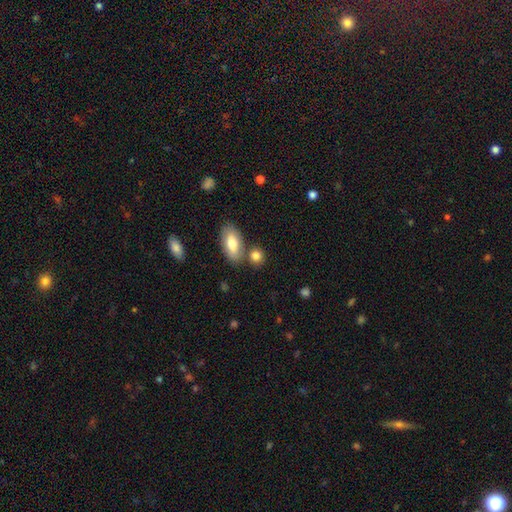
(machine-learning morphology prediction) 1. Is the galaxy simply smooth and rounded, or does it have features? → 81% smooth, 10% featured or disk, 8% star or artifact.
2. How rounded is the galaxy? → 54% round, 42% in between, 4% cigar-shaped.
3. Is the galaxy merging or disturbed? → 66% none, 19% merger, 11% minor disturbance, 3% major disturbance.